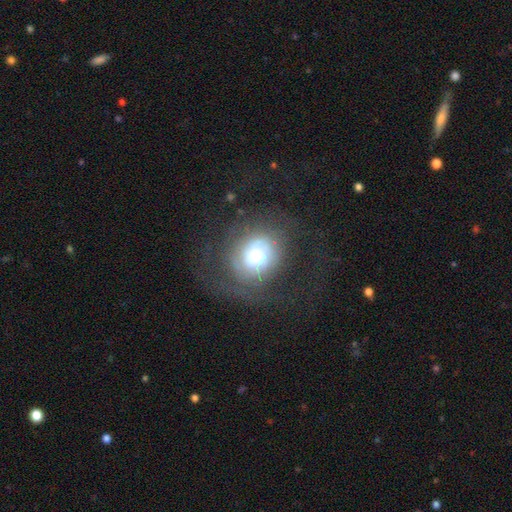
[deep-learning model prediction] smooth-or-featured: featured or disk: 54% | smooth: 35% | star or artifact: 11%
  disk-edge-on: no: 96% | yes: 4%
    bar: no: 81% | weak: 15% | strong: 4%
    has-spiral-arms: yes: 67% | no: 33%
    bulge-size: moderate: 44% | small: 32% | large: 17% | dominant: 5% | none: 2%
  merging: none: 59% | major disturbance: 22% | minor disturbance: 17% | merger: 2%